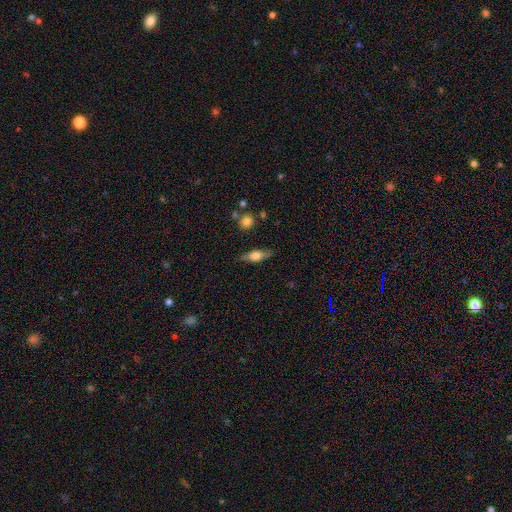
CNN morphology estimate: Smooth or featured?
  - smooth: 50% *
  - featured or disk: 43%
  - star or artifact: 7%
Merging?
  - none: 81% *
  - minor disturbance: 14%
  - major disturbance: 3%
  - merger: 2%